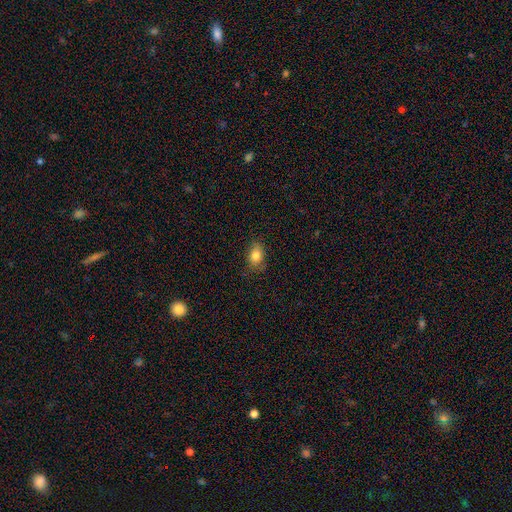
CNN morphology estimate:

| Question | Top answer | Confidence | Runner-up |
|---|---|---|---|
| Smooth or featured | smooth | 81% | star or artifact (9%) |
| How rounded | in between | 76% | round (22%) |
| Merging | none | 75% | minor disturbance (20%) |